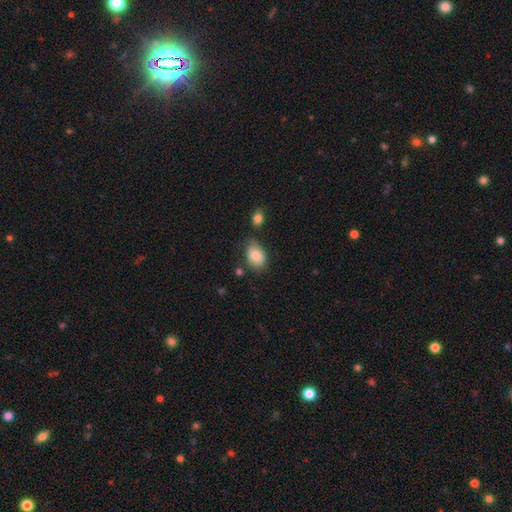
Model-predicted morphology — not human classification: smooth-or-featured: smooth: 85% | star or artifact: 7% | featured or disk: 7%
  how-rounded: in between: 80% | round: 19% | cigar-shaped: 1%
  merging: none: 61% | minor disturbance: 26% | merger: 6% | major disturbance: 6%